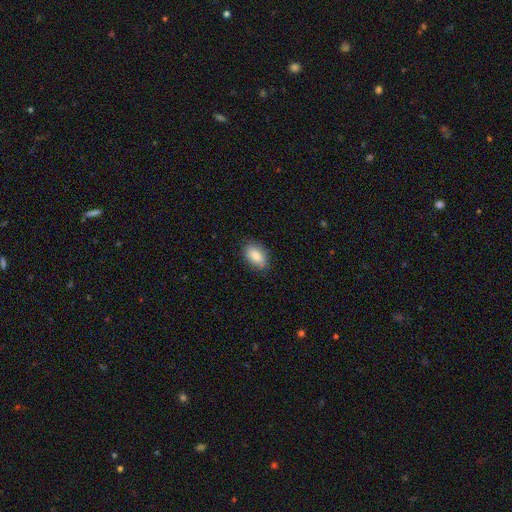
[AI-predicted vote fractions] This appears to be a smooth galaxy with no disk features (81%) that is in between round and cigar-shaped (89%). Merging: none (82%).